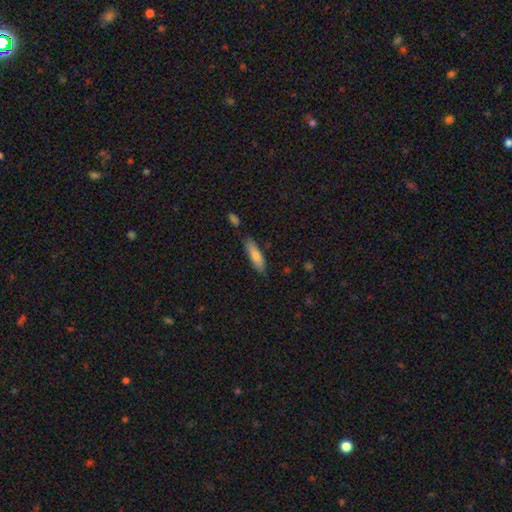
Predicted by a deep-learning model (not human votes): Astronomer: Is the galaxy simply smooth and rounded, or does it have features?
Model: smooth — 79%.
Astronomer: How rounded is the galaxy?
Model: cigar-shaped — 60% (runner-up: in between, 39%).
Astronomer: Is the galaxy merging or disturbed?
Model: none — 77%.